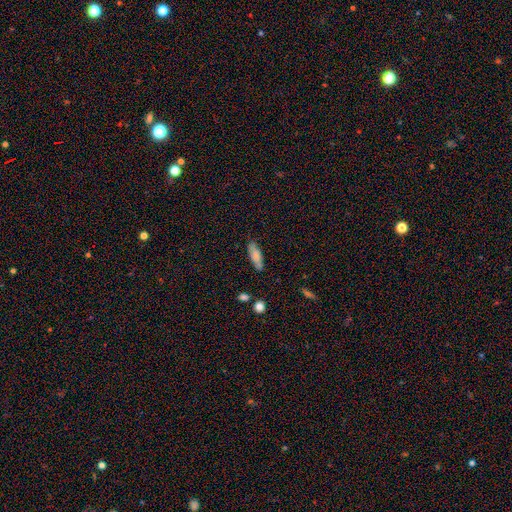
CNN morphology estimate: Smooth or featured? smooth (75%)
How rounded? in between (55%)
Merging? none (74%)